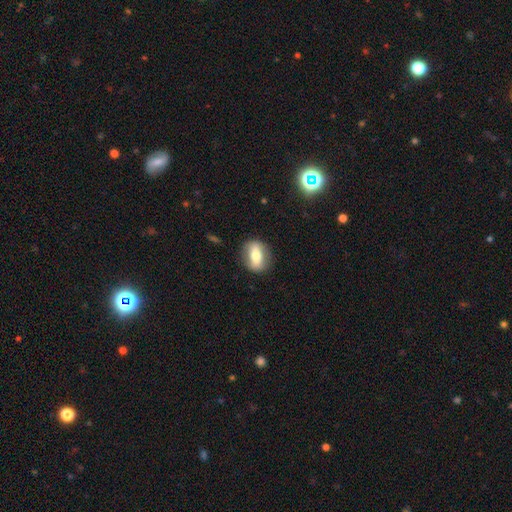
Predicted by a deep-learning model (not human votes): smooth 57%, featured or disk 35%, star or artifact 7%. Down the decision tree: how rounded — in between (64%); merging — none (84%).